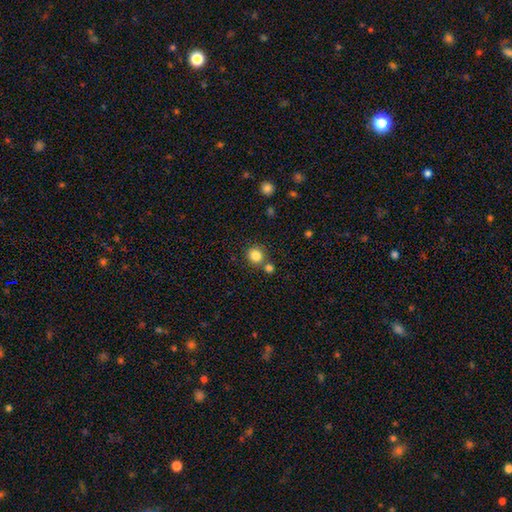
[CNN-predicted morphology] type=smooth (84%); roundness=round (87%); merging=none (71%).